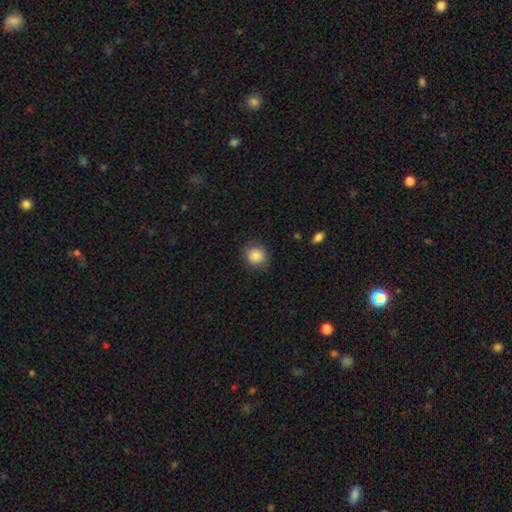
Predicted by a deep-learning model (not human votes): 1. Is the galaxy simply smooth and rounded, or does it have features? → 87% smooth, 9% star or artifact, 4% featured or disk.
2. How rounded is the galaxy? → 83% round, 16% in between, 1% cigar-shaped.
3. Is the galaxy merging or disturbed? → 85% none, 10% minor disturbance, 3% major disturbance, 1% merger.